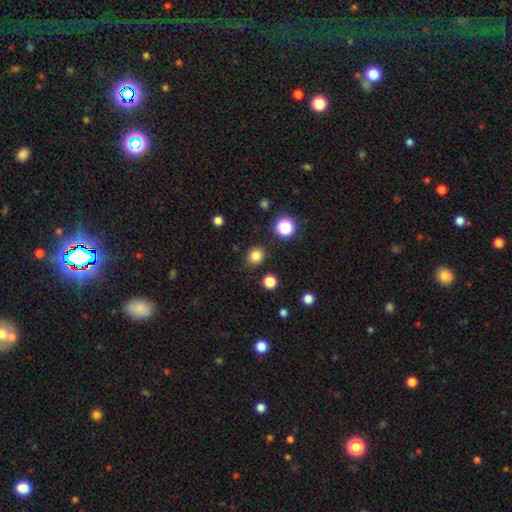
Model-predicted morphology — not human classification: type=smooth (82%); roundness=round (79%); merging=none (87%).